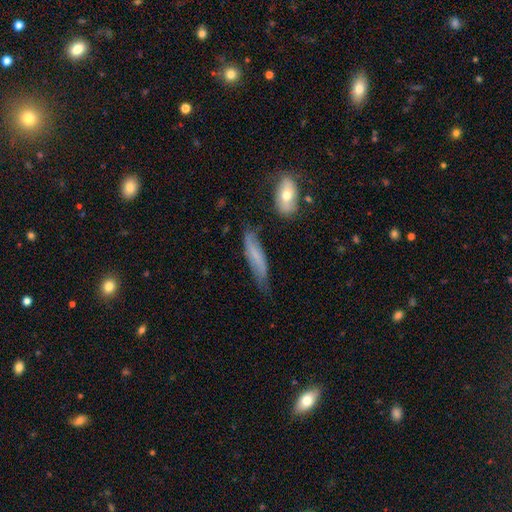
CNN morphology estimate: A smooth galaxy with no disk features (51%) that is cigar-shaped (76%). Merging: none (57%).